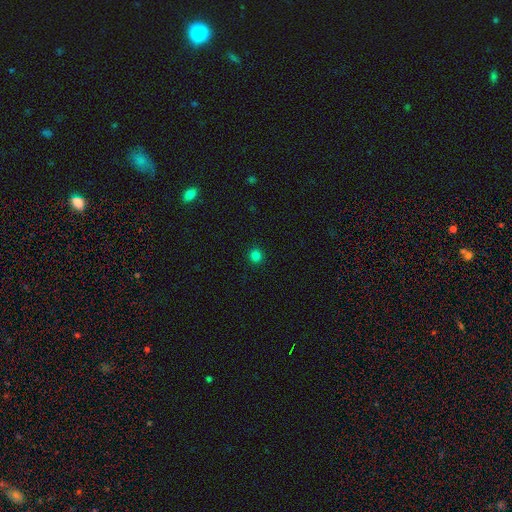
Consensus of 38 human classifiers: Overall: smooth (92%). How rounded: round (94%). Merging: none (94%).